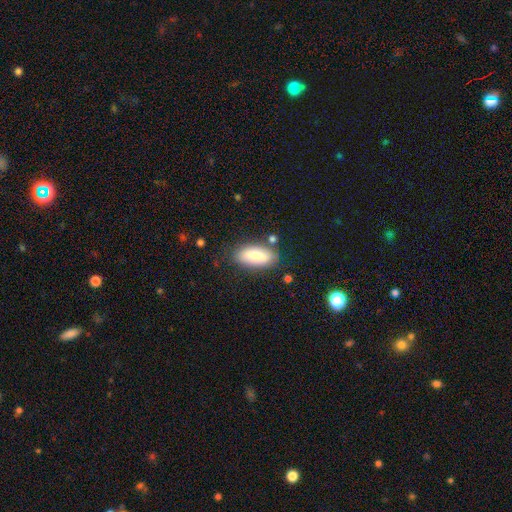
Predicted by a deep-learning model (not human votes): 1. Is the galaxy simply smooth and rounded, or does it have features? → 79% smooth, 15% featured or disk, 7% star or artifact.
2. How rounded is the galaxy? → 86% in between, 12% cigar-shaped, 2% round.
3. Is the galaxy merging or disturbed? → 78% none, 14% minor disturbance, 4% merger, 4% major disturbance.